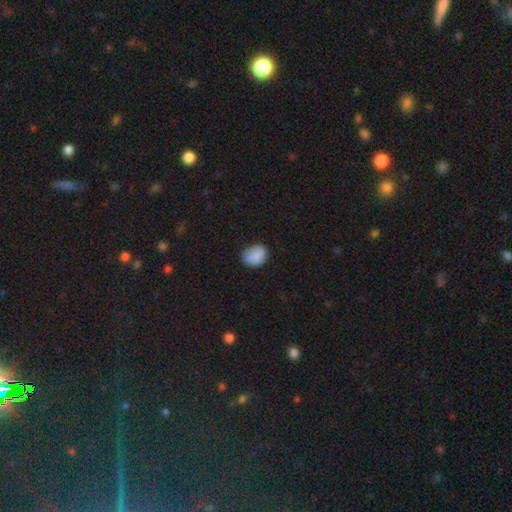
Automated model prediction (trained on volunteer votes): Overall: smooth (86%). How rounded: round (50%; in between 49%). Merging: none (78%).